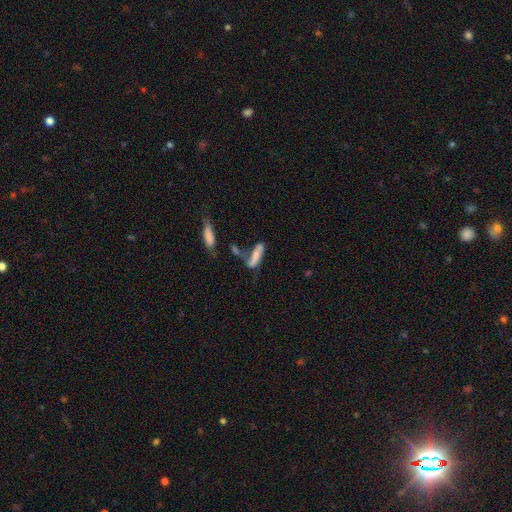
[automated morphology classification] Q: Smooth or featured?
A: smooth (54%); runner-up: featured or disk (35%)
Q: How rounded?
A: cigar-shaped (52%); runner-up: in between (45%)
Q: Merging?
A: merger (32%); runner-up: none (30%)